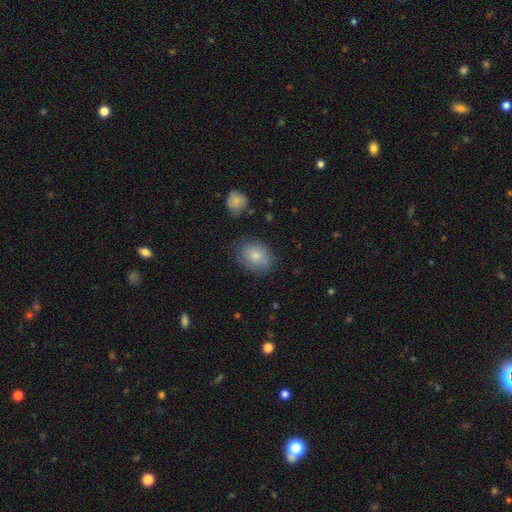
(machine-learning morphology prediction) smooth 81%, featured or disk 11%, star or artifact 8%. Down the decision tree: how rounded — in between (60%); merging — none (74%).